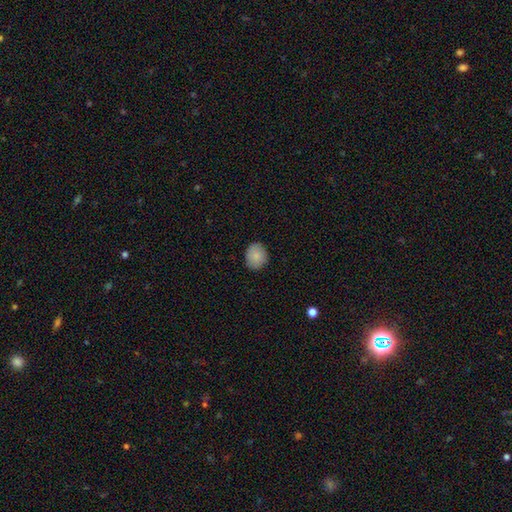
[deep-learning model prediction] Smooth or featured: smooth — 87% (star or artifact — 8%)
How rounded: round — 66% (in between — 34%)
Merging: none — 87% (minor disturbance — 10%)